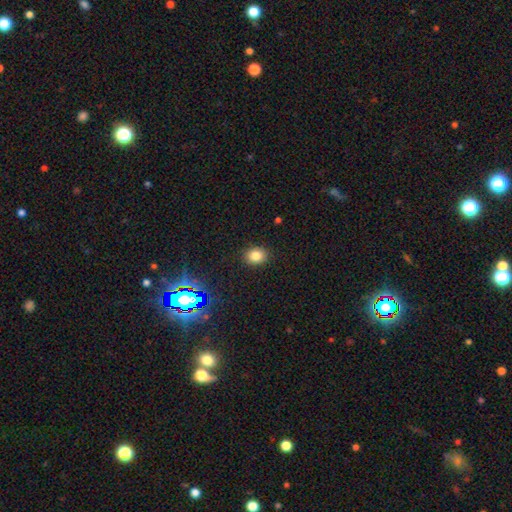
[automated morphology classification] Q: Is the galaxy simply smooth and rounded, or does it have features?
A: smooth — 80%.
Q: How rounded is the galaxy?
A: round — 58%.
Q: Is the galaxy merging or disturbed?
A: none — 89%.